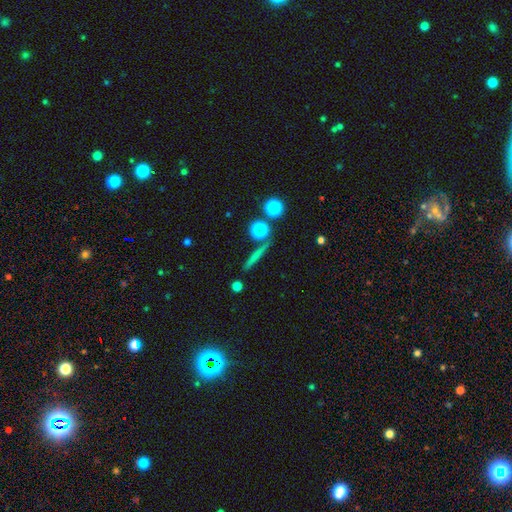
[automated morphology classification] Smooth or featured? smooth (57%)
How rounded? cigar-shaped (79%)
Merging? none (81%)